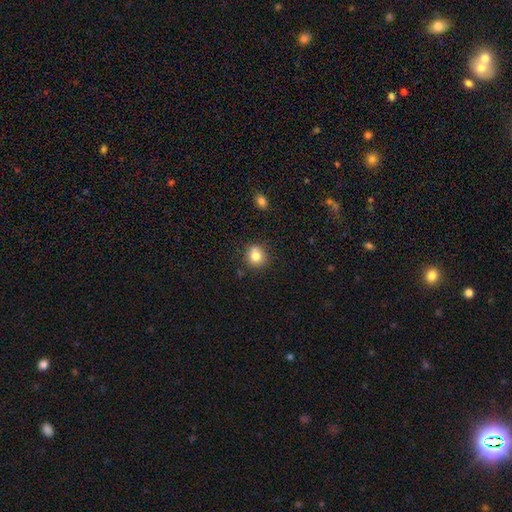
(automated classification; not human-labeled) A smooth galaxy with no disk features (81%) that is round (87%).

Vote fractions:
- Smooth or featured? smooth: 81% / star or artifact: 11% / featured or disk: 8%
- How rounded? round: 87% / in between: 12% / cigar-shaped: 1%
- Merging? none: 81% / minor disturbance: 12% / merger: 4% / major disturbance: 3%